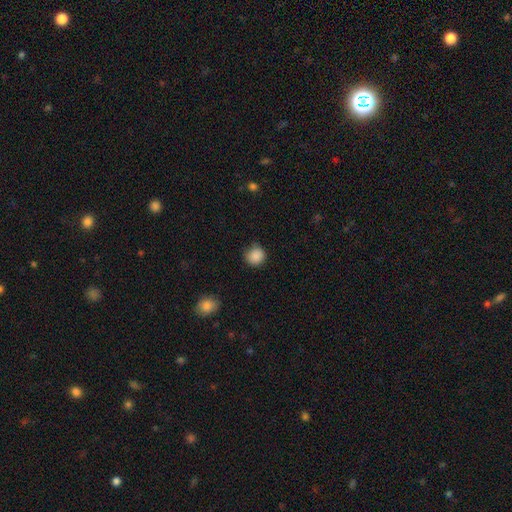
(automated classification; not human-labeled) The model was most divided on "merging": none: 76%, minor disturbance: 18%, major disturbance: 4%, merger: 2%. More confident: how rounded — round (88%); smooth or featured — smooth (87%).